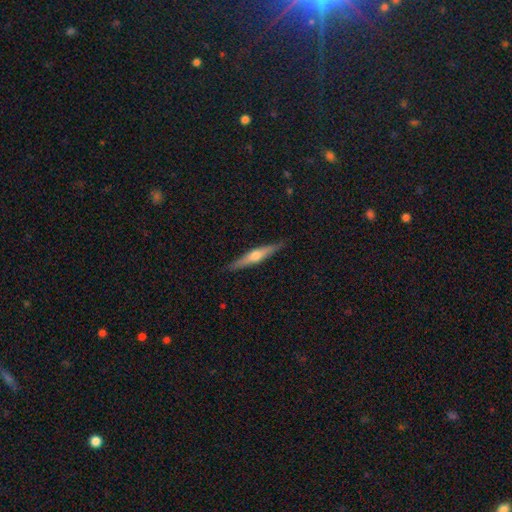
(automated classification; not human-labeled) Morphology: type=featured or disk (62%); edge-on=yes (97%); edge-on bulge=rounded (89%); merging=none (89%).